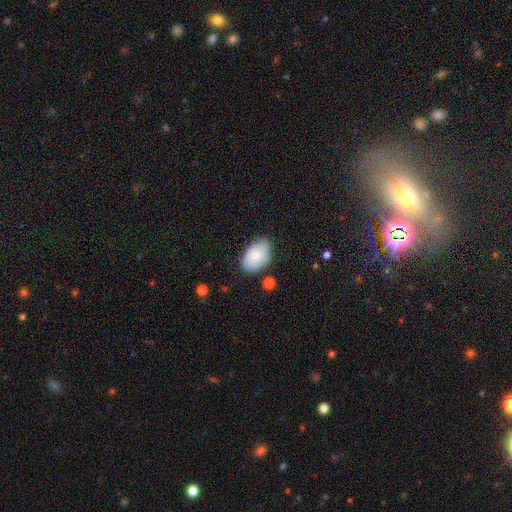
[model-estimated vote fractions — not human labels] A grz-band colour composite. It shows a smooth galaxy with no disk features (69%) that is in between round and cigar-shaped (88%). Merging: none (74%).